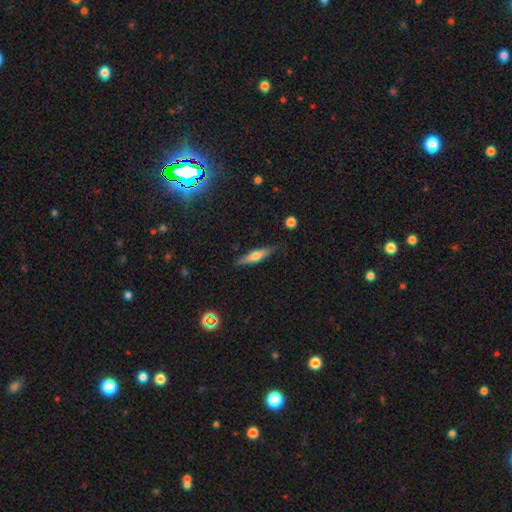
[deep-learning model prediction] featured or disk 49%, smooth 44%, star or artifact 7%. Down the decision tree: merging — none (85%).